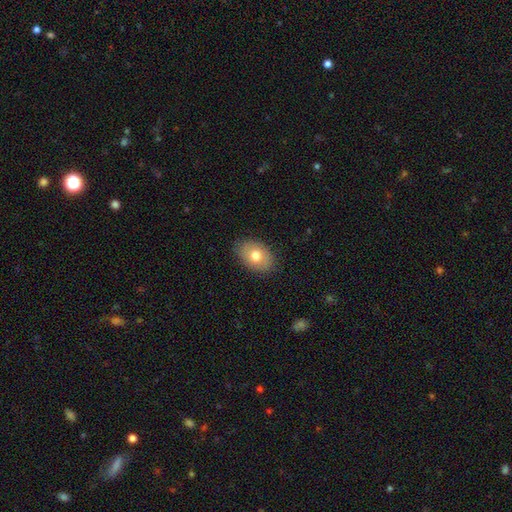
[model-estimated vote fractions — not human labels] Smooth or featured? Predicted: smooth (p=0.74). How rounded? Predicted: in between (p=0.81). Merging? Predicted: none (p=0.84).